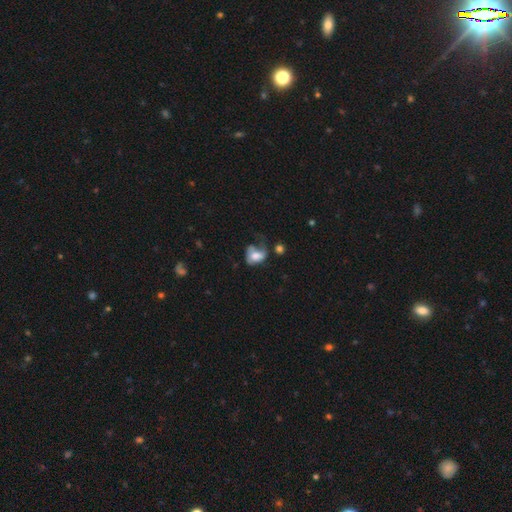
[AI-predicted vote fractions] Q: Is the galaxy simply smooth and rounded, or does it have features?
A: smooth — 58%.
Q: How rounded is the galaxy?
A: in between — 69%.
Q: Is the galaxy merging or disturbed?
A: major disturbance — 47%.